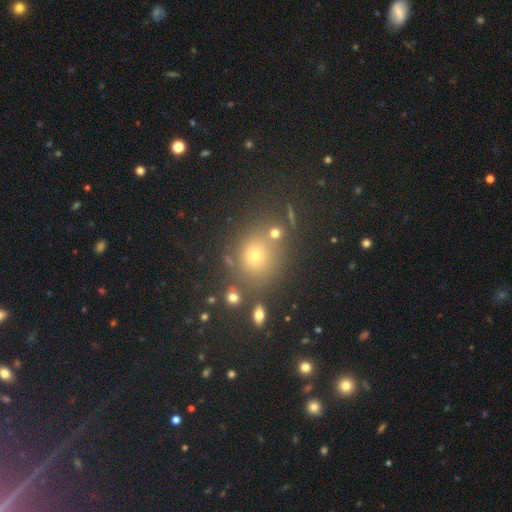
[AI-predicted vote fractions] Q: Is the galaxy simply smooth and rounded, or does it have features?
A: smooth — 64%.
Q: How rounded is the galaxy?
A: round — 78%.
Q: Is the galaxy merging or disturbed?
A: none — 75%.